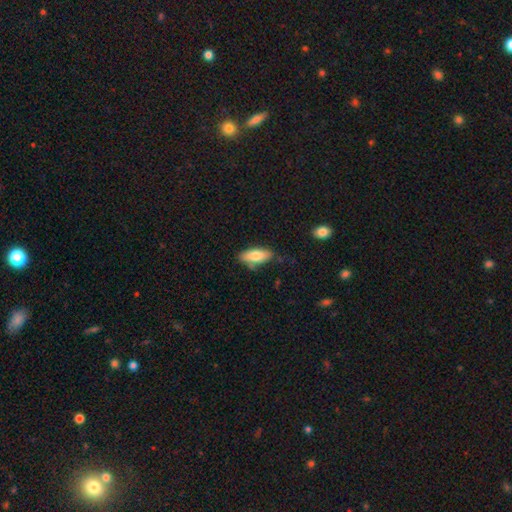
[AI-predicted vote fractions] A smooth galaxy with no disk features (81%) that is in between round and cigar-shaped (77%).

Vote fractions:
- Smooth or featured? smooth: 81% / featured or disk: 13% / star or artifact: 6%
- How rounded? in between: 77% / cigar-shaped: 21% / round: 2%
- Merging? none: 69% / minor disturbance: 22% / major disturbance: 5% / merger: 4%